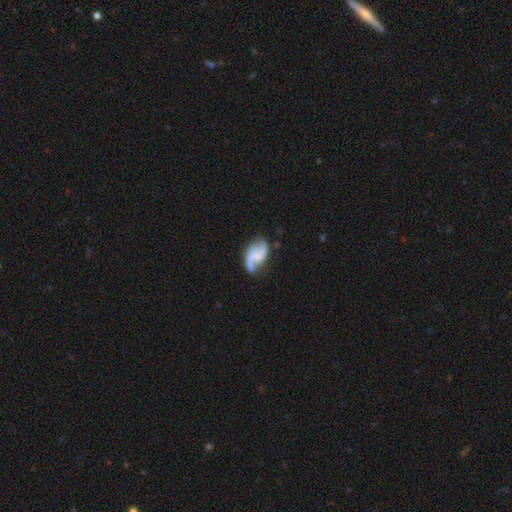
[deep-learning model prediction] Smooth or featured: featured or disk — 81% (smooth — 13%)
Edge-on disk: no — 98% (yes — 2%)
Bar: no — 50% (weak — 40%)
Spiral arms: yes — 95% (no — 5%)
Spiral winding: loose — 65% (medium — 28%)
Spiral arm count: 2 — 90% (1 — 3%)
Bulge size: none — 44% (small — 34%)
Merging: none — 65% (minor disturbance — 21%)